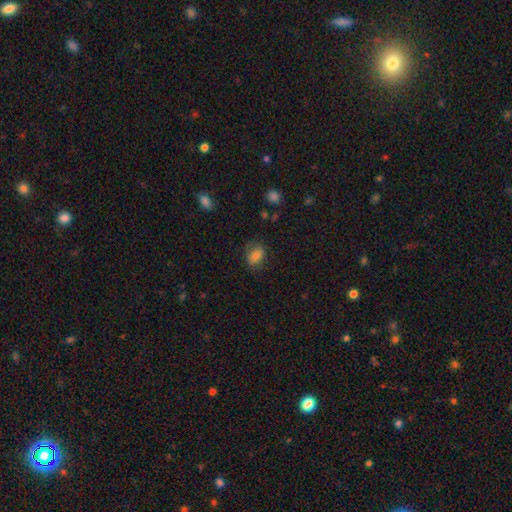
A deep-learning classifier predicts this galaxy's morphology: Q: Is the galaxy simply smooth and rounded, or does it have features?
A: smooth — 76%.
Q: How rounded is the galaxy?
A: in between — 68%.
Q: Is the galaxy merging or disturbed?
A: none — 72%.